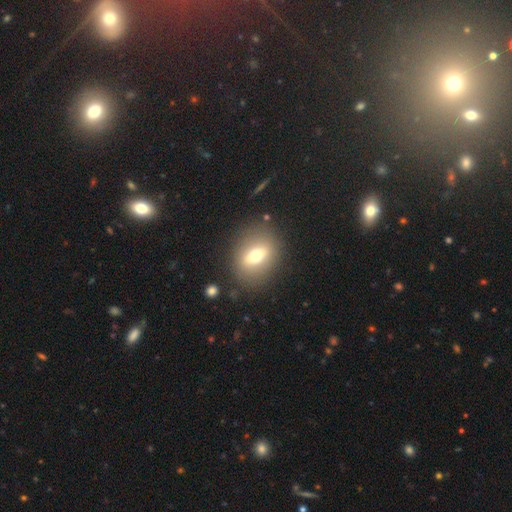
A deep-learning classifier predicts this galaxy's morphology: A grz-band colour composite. It shows a smooth galaxy with no disk features (57%) that is in between round and cigar-shaped (60%). Merging: none (83%).